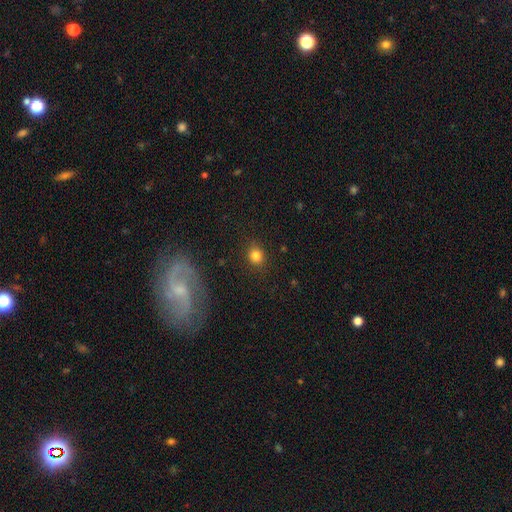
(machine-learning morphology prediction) Smooth or featured? Predicted: smooth (p=0.83). How rounded? Predicted: round (p=0.81). Merging? Predicted: none (p=0.88).